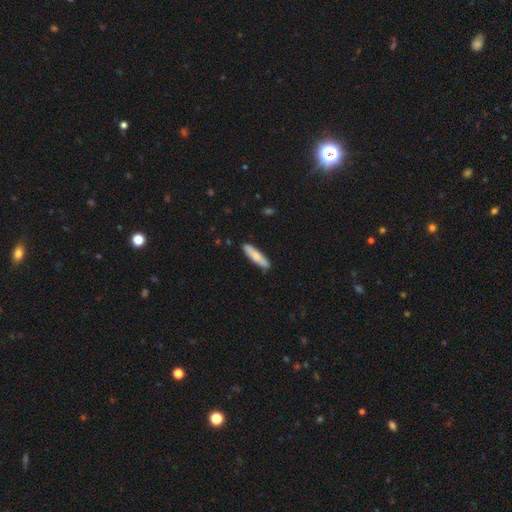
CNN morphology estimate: A smooth galaxy with no disk features (78%) that is cigar-shaped (81%).

Vote fractions:
- Smooth or featured? smooth: 78% / featured or disk: 17% / star or artifact: 5%
- How rounded? cigar-shaped: 81% / in between: 18% / round: 1%
- Merging? none: 88% / minor disturbance: 9% / major disturbance: 2% / merger: 1%